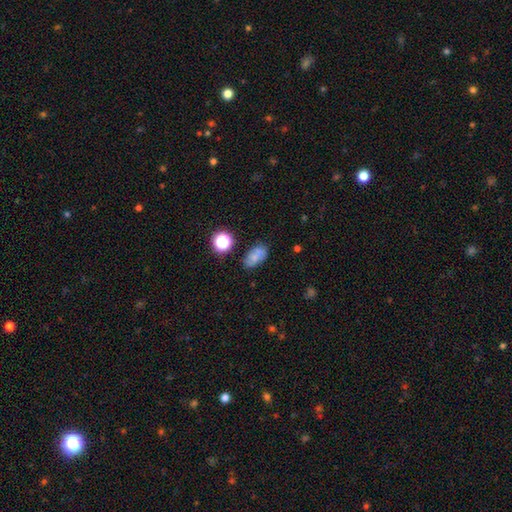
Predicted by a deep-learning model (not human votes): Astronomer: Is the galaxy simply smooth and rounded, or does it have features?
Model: smooth — 65%.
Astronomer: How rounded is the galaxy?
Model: in between — 84%.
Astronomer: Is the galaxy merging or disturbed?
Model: none — 65%.